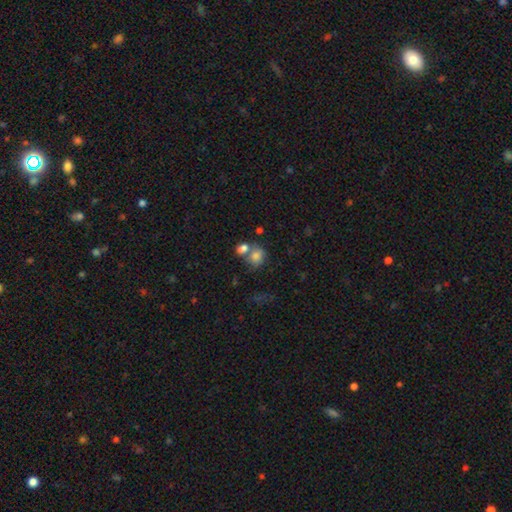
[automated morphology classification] Smooth or featured?
  - smooth: 79% *
  - featured or disk: 11%
  - star or artifact: 10%
How rounded?
  - round: 61% *
  - in between: 38%
  - cigar-shaped: 1%
Merging?
  - merger: 47% *
  - none: 38%
  - minor disturbance: 11%
  - major disturbance: 5%